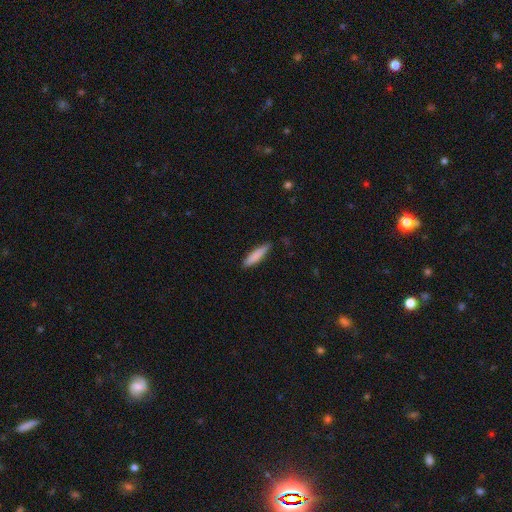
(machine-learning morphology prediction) Overall: smooth (82%). How rounded: cigar-shaped (81%). Merging: none (83%).